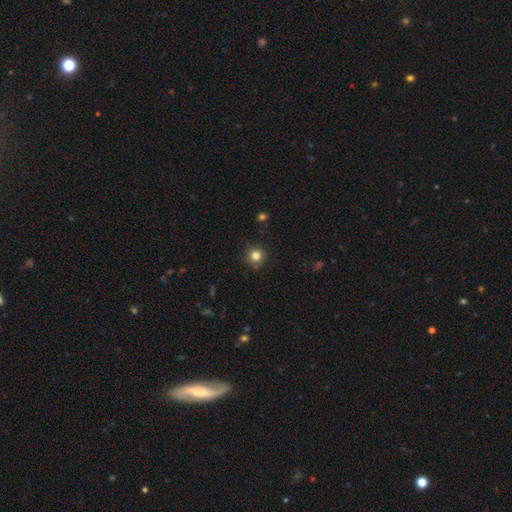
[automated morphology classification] smooth-or-featured: smooth: 81% | star or artifact: 13% | featured or disk: 6%
  how-rounded: round: 94% | in between: 5% | cigar-shaped: 1%
  merging: none: 87% | minor disturbance: 10% | major disturbance: 2% | merger: 1%